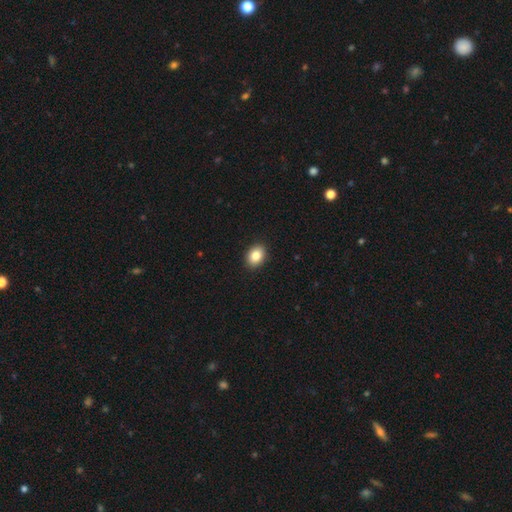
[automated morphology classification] type=smooth (85%); roundness=in between (70%); merging=none (91%).